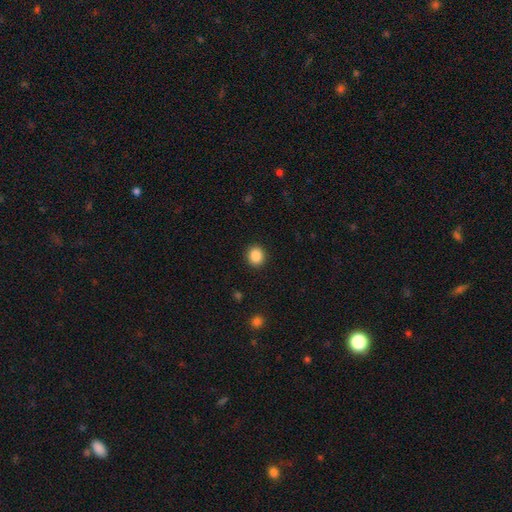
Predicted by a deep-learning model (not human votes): Smooth or featured: smooth — 87% (star or artifact — 9%)
How rounded: round — 81% (in between — 19%)
Merging: none — 91% (minor disturbance — 6%)